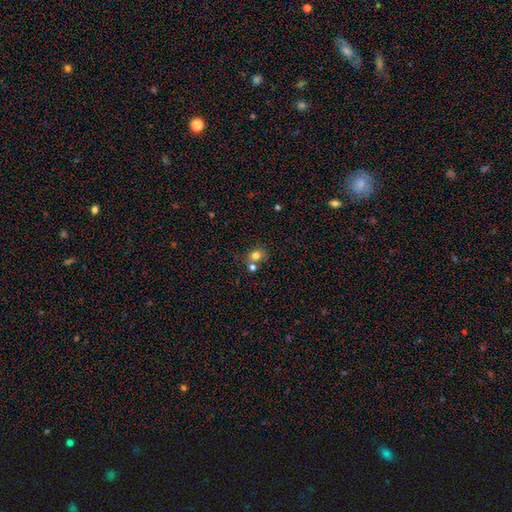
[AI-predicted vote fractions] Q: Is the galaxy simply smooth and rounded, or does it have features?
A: smooth — 77%.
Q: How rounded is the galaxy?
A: round — 64%.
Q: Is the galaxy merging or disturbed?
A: none — 53%.